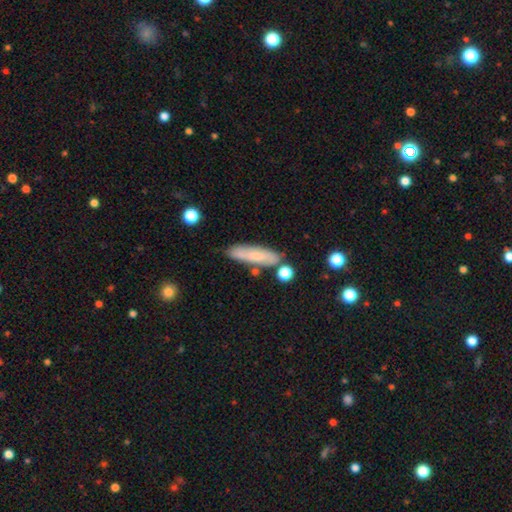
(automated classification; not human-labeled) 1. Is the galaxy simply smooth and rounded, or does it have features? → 69% smooth, 24% featured or disk, 7% star or artifact.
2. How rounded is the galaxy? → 66% cigar-shaped, 32% in between, 2% round.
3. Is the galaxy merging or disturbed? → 72% none, 16% minor disturbance, 8% merger, 4% major disturbance.